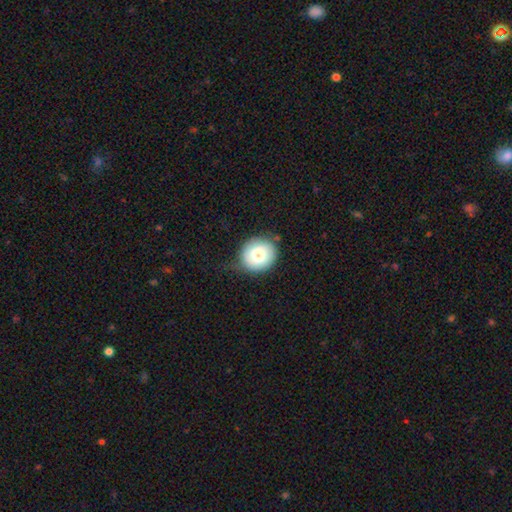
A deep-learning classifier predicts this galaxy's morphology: Q: Smooth or featured?
A: smooth (72%); runner-up: featured or disk (21%)
Q: How rounded?
A: round (80%); runner-up: in between (19%)
Q: Merging?
A: none (67%); runner-up: minor disturbance (24%)